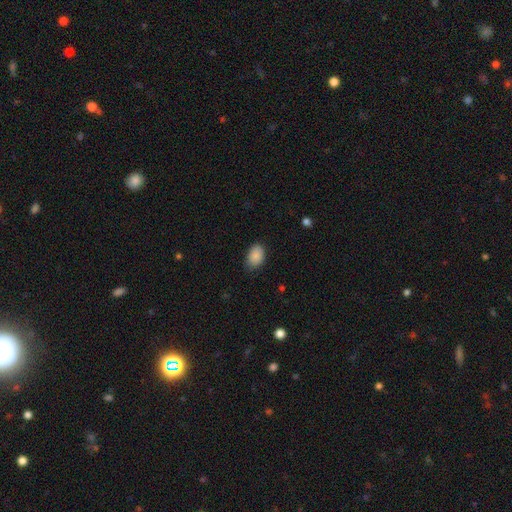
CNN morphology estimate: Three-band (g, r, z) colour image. It shows a smooth galaxy with no disk features (88%) that is in between round and cigar-shaped (83%). Merging: none (78%).